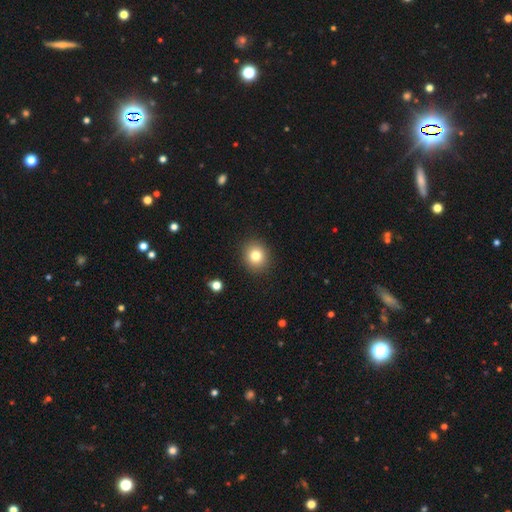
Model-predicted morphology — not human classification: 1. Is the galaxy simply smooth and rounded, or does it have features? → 81% smooth, 11% star or artifact, 8% featured or disk.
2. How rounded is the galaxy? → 78% round, 21% in between, 1% cigar-shaped.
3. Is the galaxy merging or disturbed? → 90% none, 6% minor disturbance, 2% major disturbance, 1% merger.